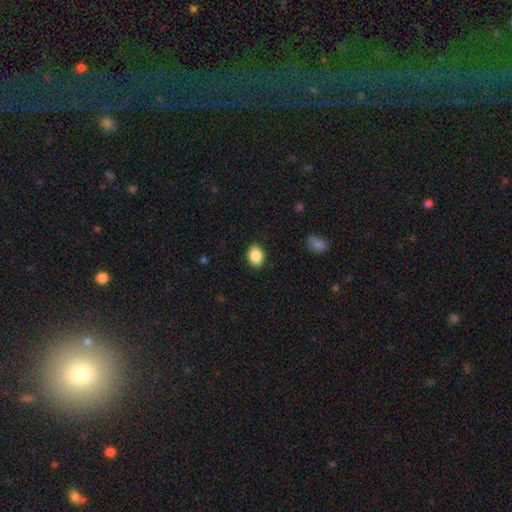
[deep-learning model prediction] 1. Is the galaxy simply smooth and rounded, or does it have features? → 88% smooth, 8% star or artifact, 5% featured or disk.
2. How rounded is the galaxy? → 73% in between, 26% round, 1% cigar-shaped.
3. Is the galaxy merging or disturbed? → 88% none, 9% minor disturbance, 2% major disturbance, 1% merger.